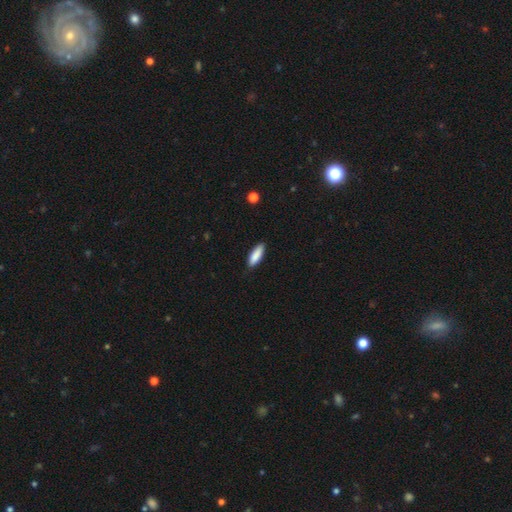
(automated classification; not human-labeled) smooth-or-featured: smooth: 87% | featured or disk: 7% | star or artifact: 6%
  how-rounded: in between: 57% | cigar-shaped: 42% | round: 2%
  merging: none: 85% | minor disturbance: 12% | major disturbance: 2% | merger: 1%